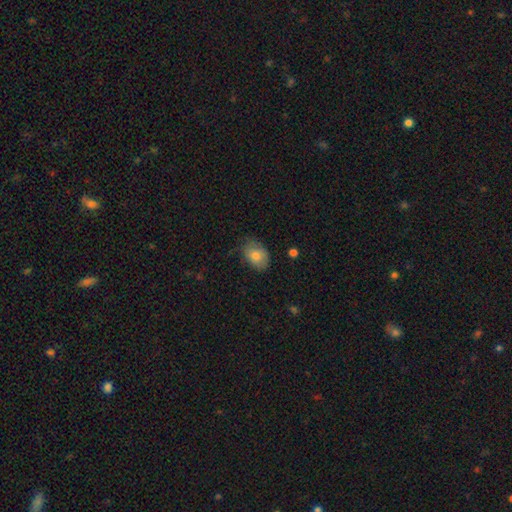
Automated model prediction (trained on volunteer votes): smooth_or_featured: smooth (p=0.78) [alt: featured or disk p=0.15]
how_rounded: in between (p=0.75) [alt: round p=0.24]
merging: none (p=0.67) [alt: minor disturbance p=0.26]